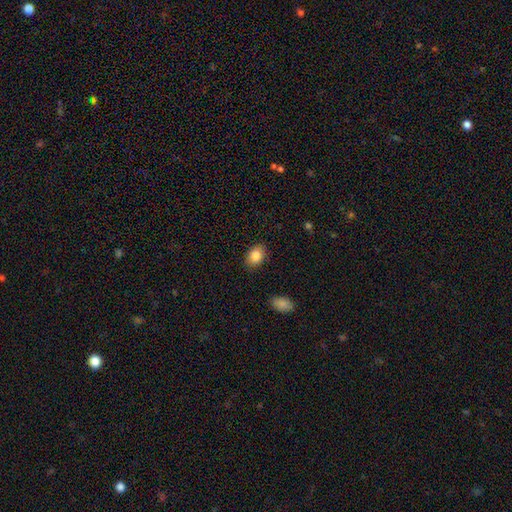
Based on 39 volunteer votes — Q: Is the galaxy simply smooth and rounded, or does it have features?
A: smooth — 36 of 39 (92%).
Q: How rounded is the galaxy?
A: in between — 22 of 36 (61%).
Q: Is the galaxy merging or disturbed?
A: none — 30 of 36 (83%).